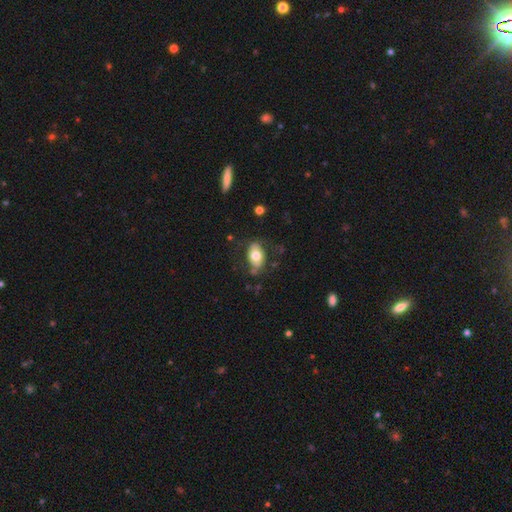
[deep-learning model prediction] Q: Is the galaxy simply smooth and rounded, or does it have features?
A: smooth — 68%.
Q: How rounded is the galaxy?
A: in between — 89%.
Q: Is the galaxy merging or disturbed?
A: none — 69%.